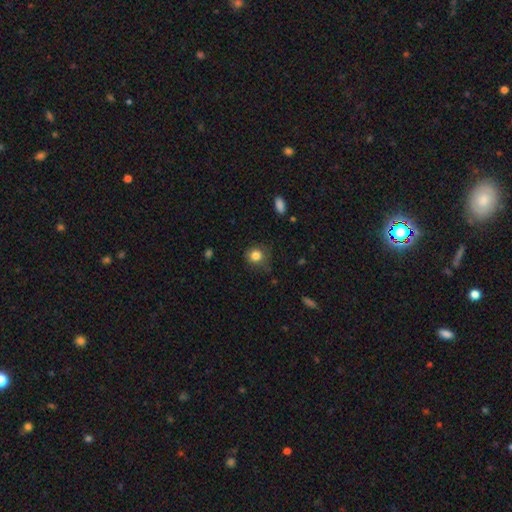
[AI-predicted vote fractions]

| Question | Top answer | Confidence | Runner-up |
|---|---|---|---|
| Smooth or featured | smooth | 83% | star or artifact (11%) |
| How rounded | round | 84% | in between (15%) |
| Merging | none | 74% | minor disturbance (19%) |